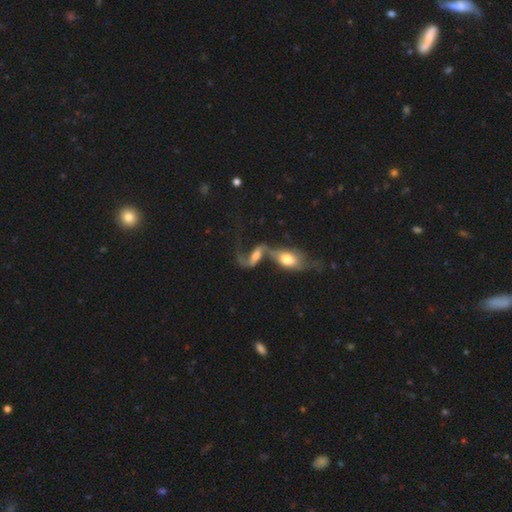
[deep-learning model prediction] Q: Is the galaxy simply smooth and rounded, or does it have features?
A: featured or disk — 64%.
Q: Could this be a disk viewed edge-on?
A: no — 88%.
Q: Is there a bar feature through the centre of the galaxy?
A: no — 39%.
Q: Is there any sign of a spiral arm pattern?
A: yes — 80%.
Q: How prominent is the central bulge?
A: moderate — 38%.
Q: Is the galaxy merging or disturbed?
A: merger — 63%.